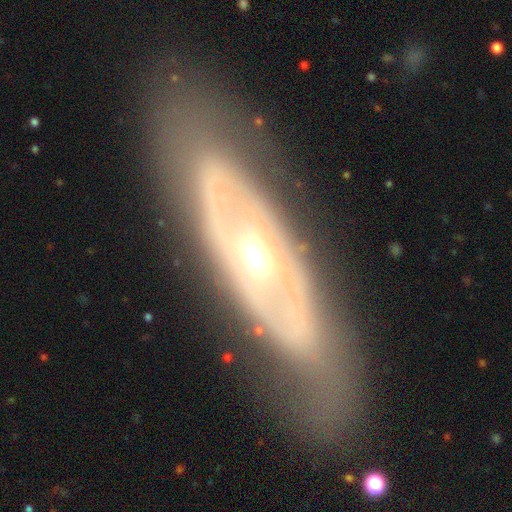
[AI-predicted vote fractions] smooth-or-featured: featured or disk: 77% | smooth: 17% | star or artifact: 6%
  disk-edge-on: no: 74% | yes: 26%
    bar: no: 73% | weak: 19% | strong: 9%
    has-spiral-arms: no: 60% | yes: 40%
    bulge-size: moderate: 69% | small: 20% | large: 9% | dominant: 2% | none: 1%
  merging: none: 69% | minor disturbance: 17% | major disturbance: 12% | merger: 2%